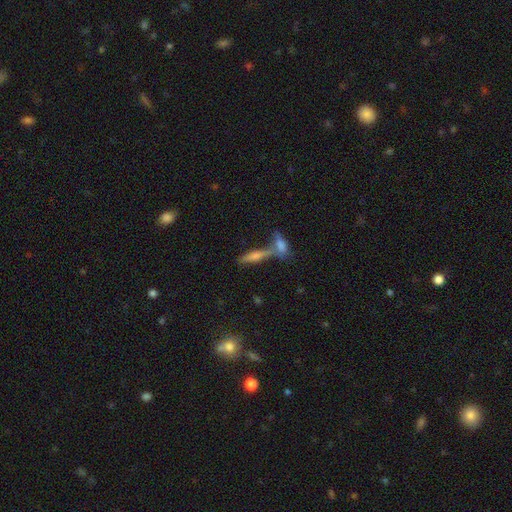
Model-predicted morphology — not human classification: The model was most divided on "smooth or featured": featured or disk: 43%, smooth: 39%, star or artifact: 18%. Remaining: merging — none (47%).